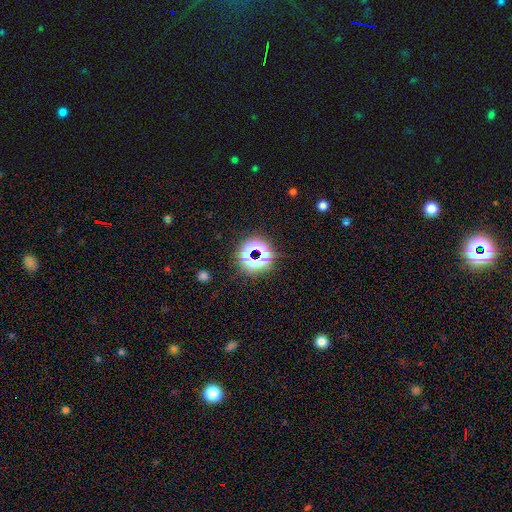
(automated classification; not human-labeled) Smooth or featured?
  - star or artifact: 66% *
  - smooth: 24%
  - featured or disk: 9%